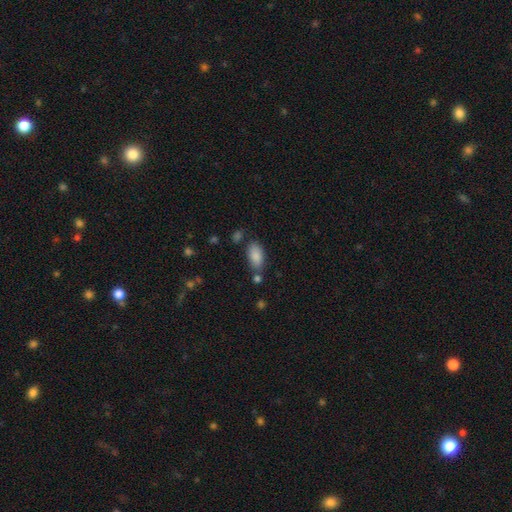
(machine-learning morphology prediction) smooth 87%, star or artifact 7%, featured or disk 6%. Down the decision tree: how rounded — in between (92%); merging — none (69%).